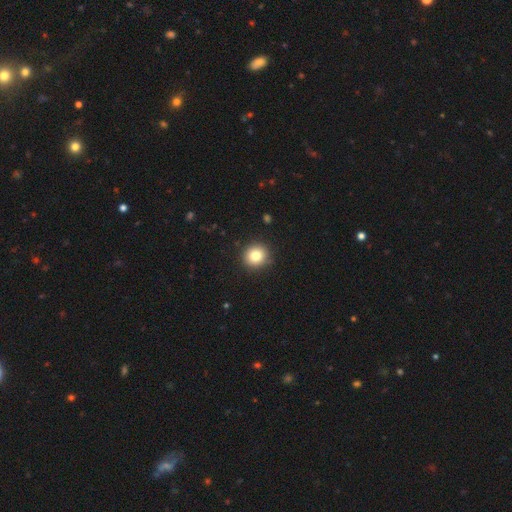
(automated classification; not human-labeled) Smooth or featured? Predicted: smooth (p=0.82). How rounded? Predicted: round (p=0.91). Merging? Predicted: none (p=0.91).